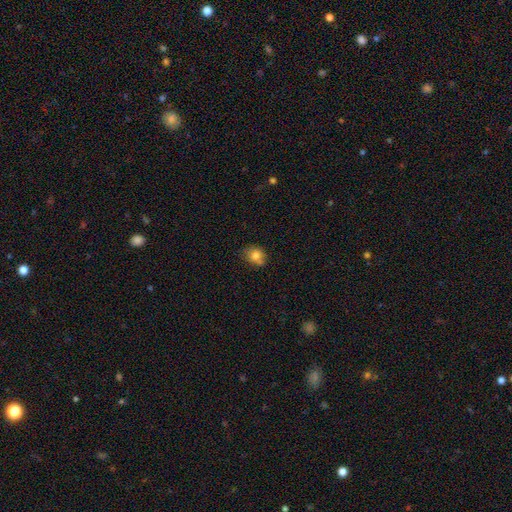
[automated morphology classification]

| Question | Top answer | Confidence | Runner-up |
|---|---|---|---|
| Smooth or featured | smooth | 79% | featured or disk (11%) |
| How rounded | round | 64% | in between (35%) |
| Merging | none | 59% | minor disturbance (23%) |